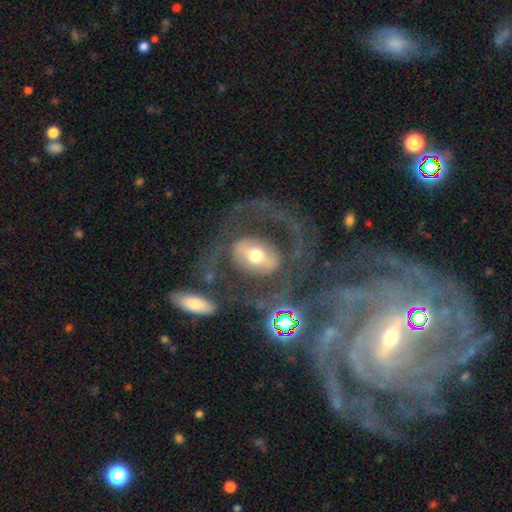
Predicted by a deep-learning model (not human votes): Q: Smooth or featured?
A: featured or disk (72%); runner-up: smooth (21%)
Q: Edge-on disk?
A: no (94%); runner-up: yes (6%)
Q: Bar?
A: strong (41%); runner-up: no (30%)
Q: Spiral arms?
A: yes (62%); runner-up: no (38%)
Q: Bulge size?
A: moderate (65%); runner-up: large (19%)
Q: Merging?
A: none (63%); runner-up: major disturbance (20%)